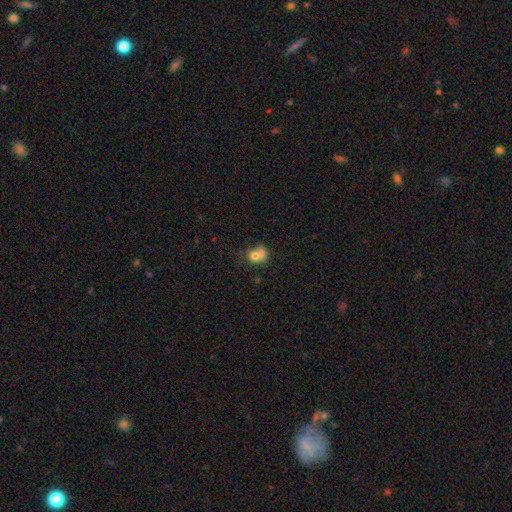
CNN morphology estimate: A smooth galaxy with no disk features (70%) that is round (63%).

Vote fractions:
- Smooth or featured? smooth: 70% / featured or disk: 19% / star or artifact: 11%
- How rounded? round: 63% / in between: 36% / cigar-shaped: 1%
- Merging? merger: 42% / none: 30% / minor disturbance: 15% / major disturbance: 13%